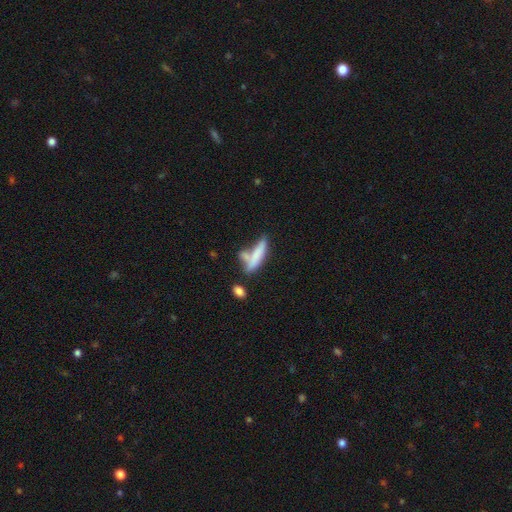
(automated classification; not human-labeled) Smooth or featured? smooth (70%)
How rounded? cigar-shaped (71%)
Merging? none (41%)